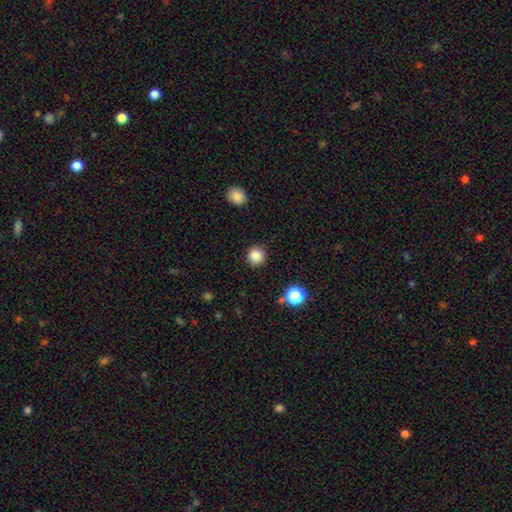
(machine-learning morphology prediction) The model was most divided on "smooth or featured": smooth: 86%, star or artifact: 11%, featured or disk: 3%. More confident: how rounded — round (93%); merging — none (90%).